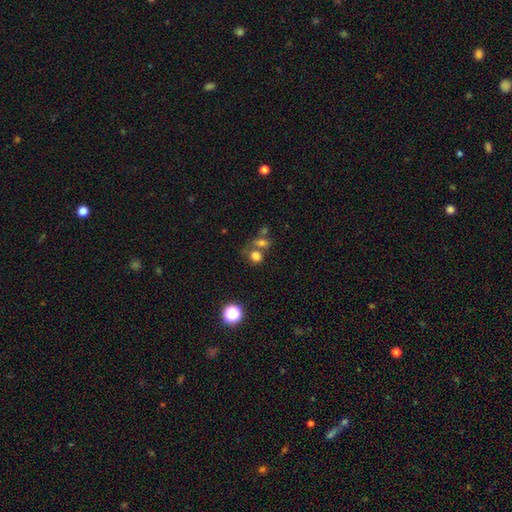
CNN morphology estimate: Smooth or featured?
  - smooth: 72% *
  - star or artifact: 19%
  - featured or disk: 9%
How rounded?
  - round: 55% *
  - in between: 43%
  - cigar-shaped: 2%
Merging?
  - none: 44% *
  - merger: 37%
  - minor disturbance: 12%
  - major disturbance: 8%